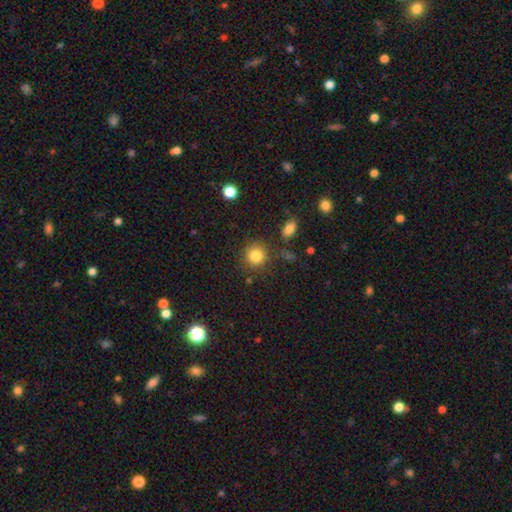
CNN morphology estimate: smooth_or_featured: smooth (p=0.83) [alt: star or artifact p=0.11]
how_rounded: round (p=0.89) [alt: in between p=0.10]
merging: none (p=0.81) [alt: minor disturbance p=0.10]